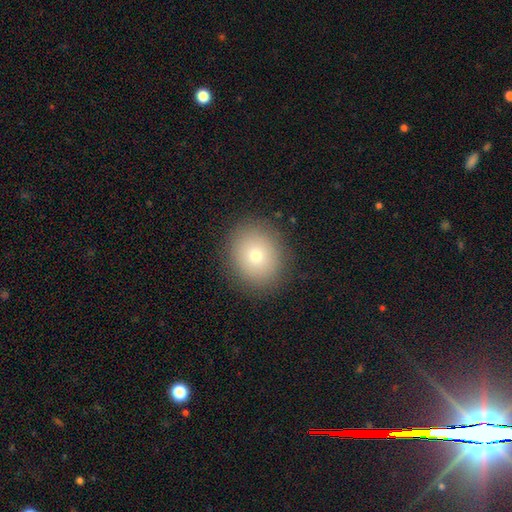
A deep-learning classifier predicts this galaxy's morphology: This is likely a smooth galaxy (74%). How rounded: likely round (78%). Merging: clearly none (89%).